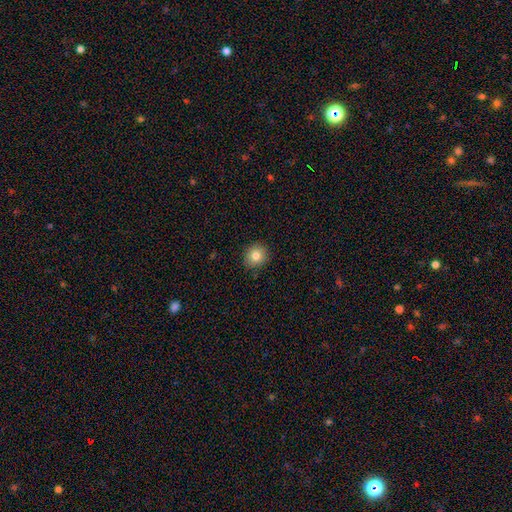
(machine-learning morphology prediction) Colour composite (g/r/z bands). It shows a smooth galaxy with no disk features (82%) that is round (85%). Merging: none (90%).